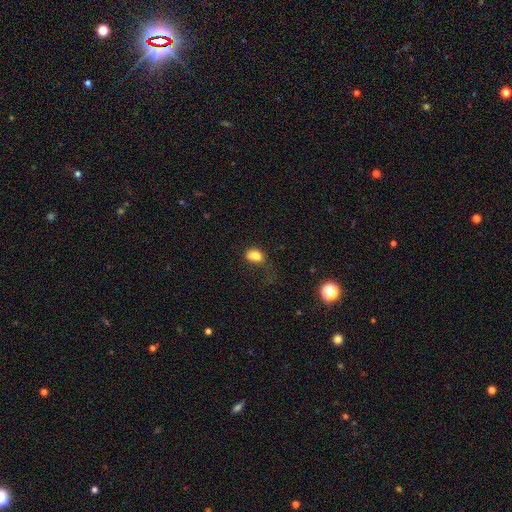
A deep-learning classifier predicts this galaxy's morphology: Overall: smooth (80%). How rounded: in between (70%). Merging: none (44%; minor disturbance 27%).